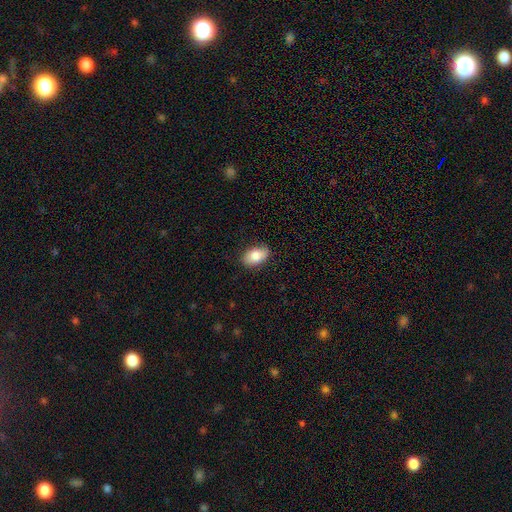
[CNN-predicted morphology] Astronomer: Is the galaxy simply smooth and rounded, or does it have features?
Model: smooth — 83%.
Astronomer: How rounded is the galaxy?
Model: in between — 91%.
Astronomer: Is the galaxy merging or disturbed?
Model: none — 84%.